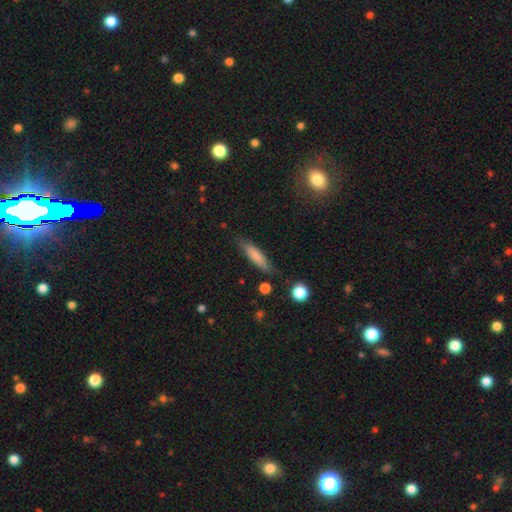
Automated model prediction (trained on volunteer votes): Smooth or featured?
  - smooth: 78% *
  - featured or disk: 15%
  - star or artifact: 7%
How rounded?
  - cigar-shaped: 75% *
  - in between: 23%
  - round: 2%
Merging?
  - none: 78% *
  - minor disturbance: 16%
  - major disturbance: 4%
  - merger: 2%